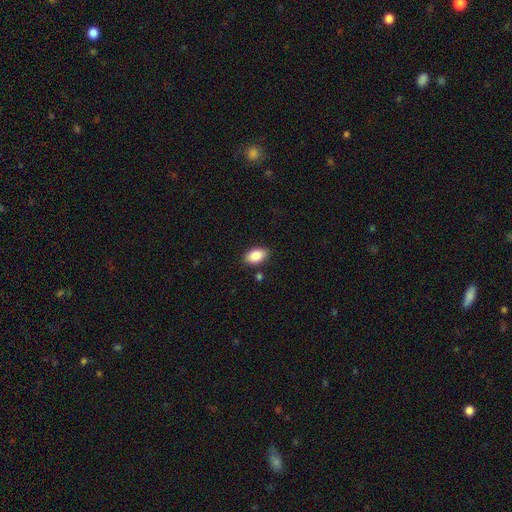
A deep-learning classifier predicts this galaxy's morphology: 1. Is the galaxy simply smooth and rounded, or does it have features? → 86% smooth, 7% star or artifact, 7% featured or disk.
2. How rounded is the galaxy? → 92% in between, 6% round, 2% cigar-shaped.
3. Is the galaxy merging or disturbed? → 85% none, 10% minor disturbance, 3% merger, 2% major disturbance.